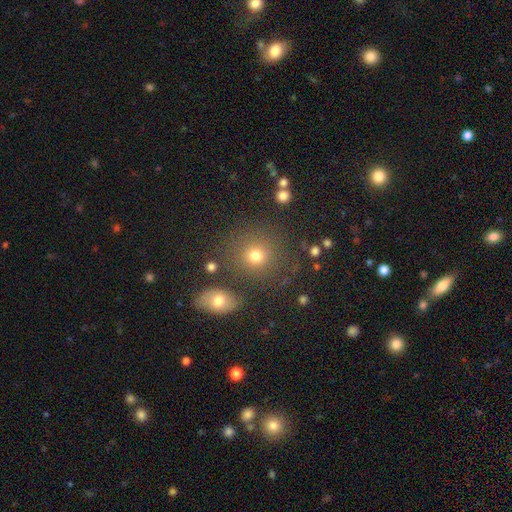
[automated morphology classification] The model was most divided on "smooth or featured": smooth: 76%, star or artifact: 16%, featured or disk: 8%. More confident: how rounded — round (85%); merging — none (78%).